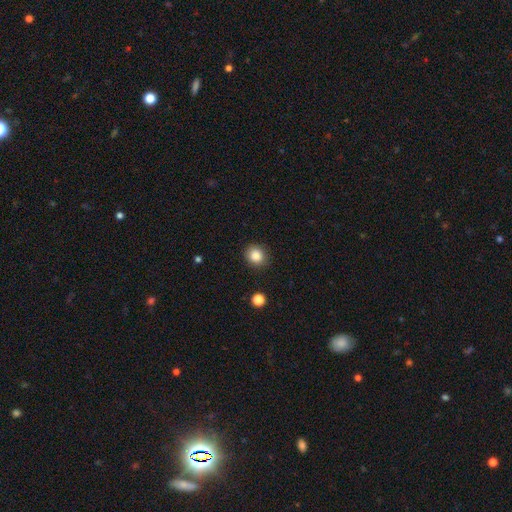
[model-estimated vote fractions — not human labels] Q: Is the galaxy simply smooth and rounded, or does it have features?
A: smooth — 86%.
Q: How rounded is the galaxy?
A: round — 81%.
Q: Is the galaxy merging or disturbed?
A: none — 89%.